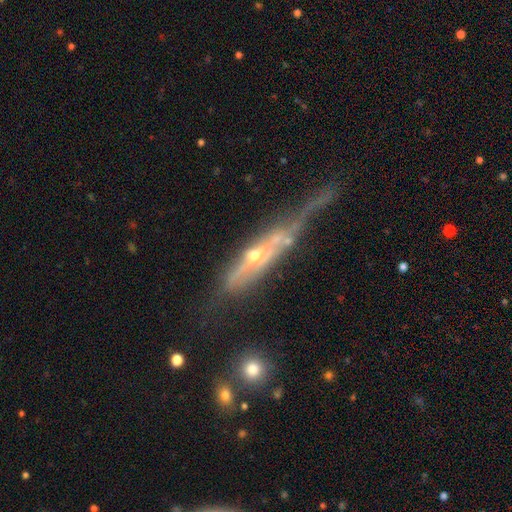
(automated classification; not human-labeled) This is likely a featured or disk galaxy (70%). It is likely viewed edge-on (68%). Merging: marginally major disturbance (30%, tied with none).